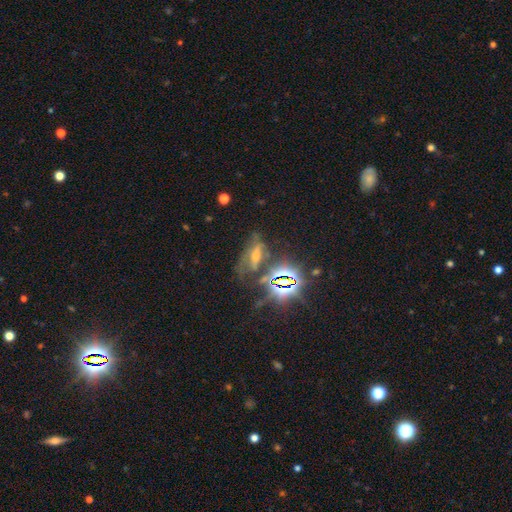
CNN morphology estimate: Smooth or featured: star or artifact — 50% (featured or disk — 30%)